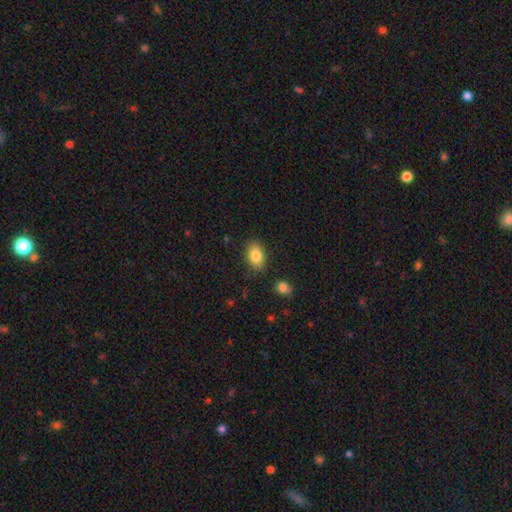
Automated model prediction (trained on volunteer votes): A smooth galaxy with no disk features (84%) that is in between round and cigar-shaped (84%).

Vote fractions:
- Smooth or featured? smooth: 84% / star or artifact: 8% / featured or disk: 8%
- How rounded? in between: 84% / round: 15% / cigar-shaped: 1%
- Merging? none: 83% / minor disturbance: 12% / major disturbance: 3% / merger: 2%